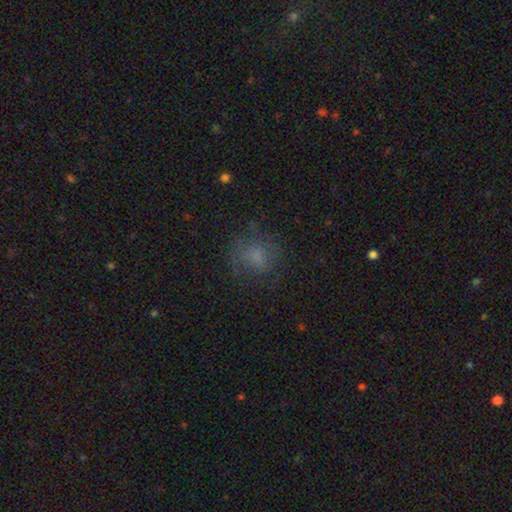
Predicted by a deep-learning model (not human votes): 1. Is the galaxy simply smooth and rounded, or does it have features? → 64% smooth, 19% featured or disk, 16% star or artifact.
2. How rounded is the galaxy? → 70% round, 29% in between, 1% cigar-shaped.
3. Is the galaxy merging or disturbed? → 67% none, 18% minor disturbance, 14% major disturbance, 1% merger.